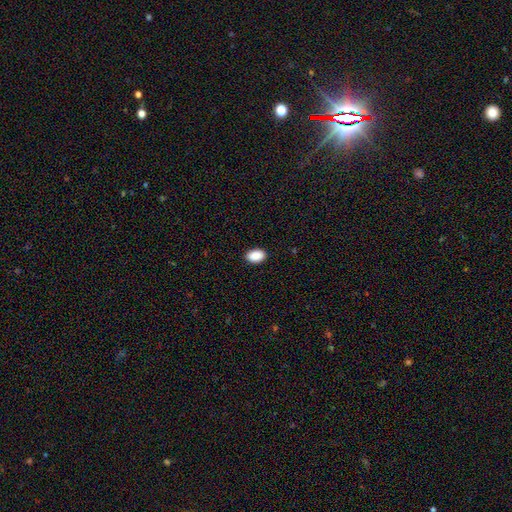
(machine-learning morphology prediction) smooth-or-featured: smooth: 91% | star or artifact: 7% | featured or disk: 2%
  how-rounded: in between: 89% | round: 9% | cigar-shaped: 1%
  merging: none: 90% | minor disturbance: 7% | major disturbance: 2% | merger: 1%